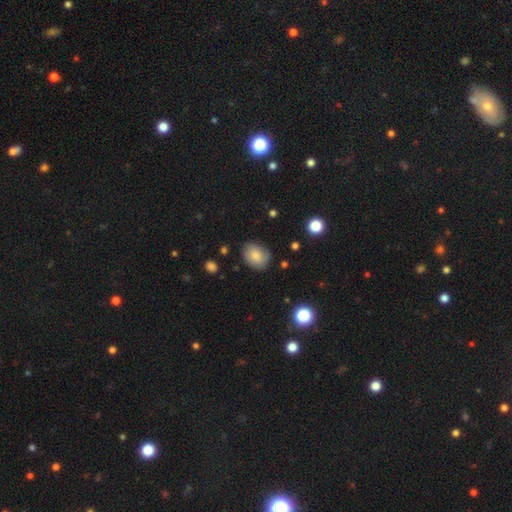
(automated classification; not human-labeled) A smooth galaxy with no disk features (76%) that is in between round and cigar-shaped (62%).

Vote fractions:
- Smooth or featured? smooth: 76% / featured or disk: 16% / star or artifact: 9%
- How rounded? in between: 62% / round: 37% / cigar-shaped: 1%
- Merging? none: 76% / minor disturbance: 18% / major disturbance: 4% / merger: 2%